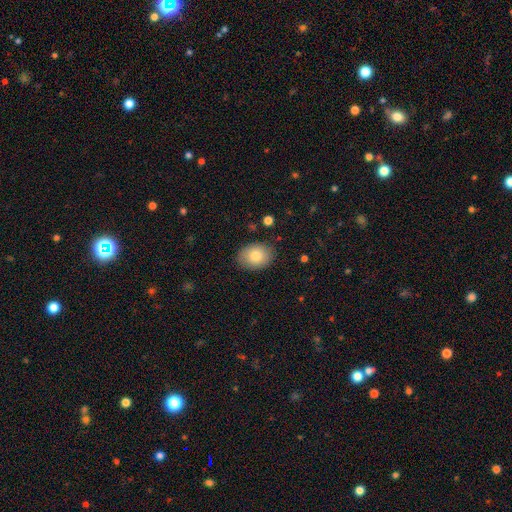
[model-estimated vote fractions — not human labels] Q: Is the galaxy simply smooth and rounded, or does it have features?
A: smooth — 82%.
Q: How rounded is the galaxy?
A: in between — 70%.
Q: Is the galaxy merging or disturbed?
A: none — 84%.